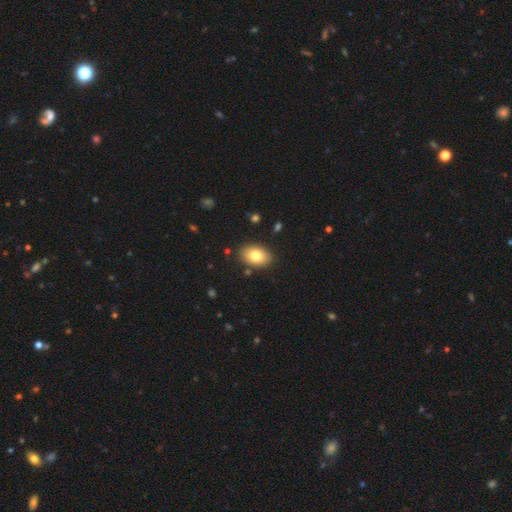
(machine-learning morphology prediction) Smooth or featured? smooth (80%)
How rounded? in between (86%)
Merging? none (87%)